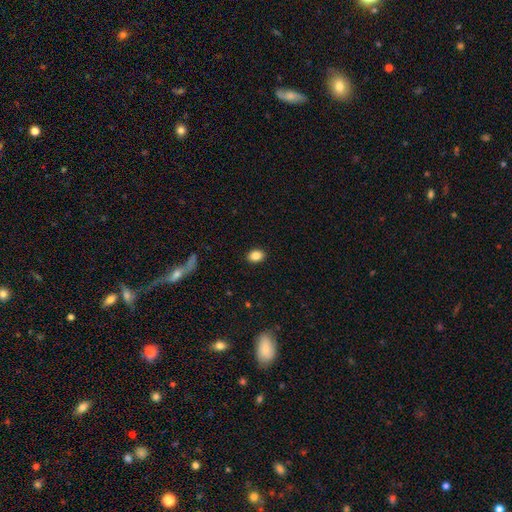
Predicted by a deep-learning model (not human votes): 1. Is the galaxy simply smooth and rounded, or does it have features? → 86% smooth, 9% star or artifact, 5% featured or disk.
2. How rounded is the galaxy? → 71% in between, 28% round, 1% cigar-shaped.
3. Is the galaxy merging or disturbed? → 90% none, 7% minor disturbance, 2% major disturbance, 1% merger.